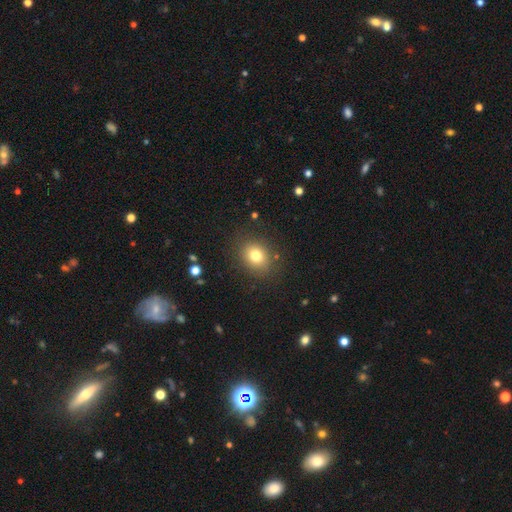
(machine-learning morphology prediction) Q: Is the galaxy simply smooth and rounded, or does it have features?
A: smooth — 78%.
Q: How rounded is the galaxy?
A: round — 62%.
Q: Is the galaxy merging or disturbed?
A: none — 85%.